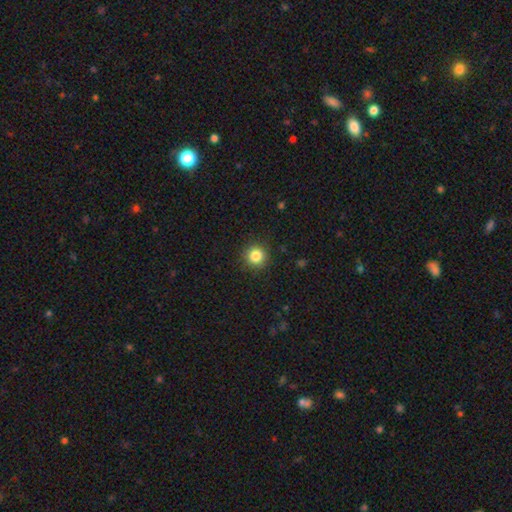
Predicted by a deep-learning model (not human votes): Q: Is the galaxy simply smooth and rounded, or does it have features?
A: smooth — 84%.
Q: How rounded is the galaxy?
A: round — 94%.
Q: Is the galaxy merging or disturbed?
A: none — 91%.